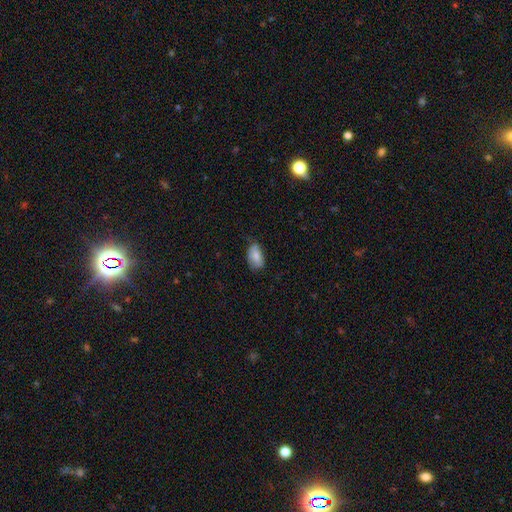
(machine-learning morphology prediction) smooth_or_featured: smooth (p=0.75) [alt: featured or disk p=0.17]
how_rounded: in between (p=0.92) [alt: round p=0.06]
merging: none (p=0.62) [alt: minor disturbance p=0.31]